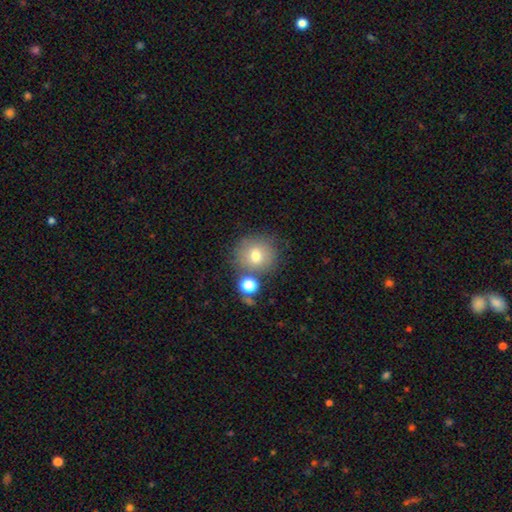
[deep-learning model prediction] A smooth galaxy with no disk features (72%) that is round (89%).

Vote fractions:
- Smooth or featured? smooth: 72% / featured or disk: 15% / star or artifact: 13%
- How rounded? round: 89% / in between: 10% / cigar-shaped: 1%
- Merging? none: 70% / merger: 14% / minor disturbance: 12% / major disturbance: 5%